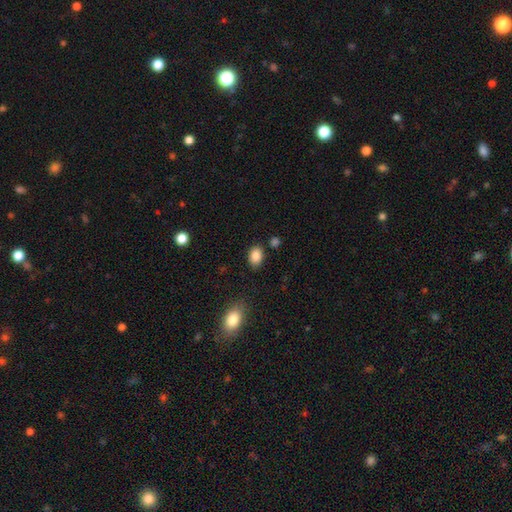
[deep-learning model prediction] Smooth or featured? smooth (86%)
How rounded? in between (79%)
Merging? none (81%)